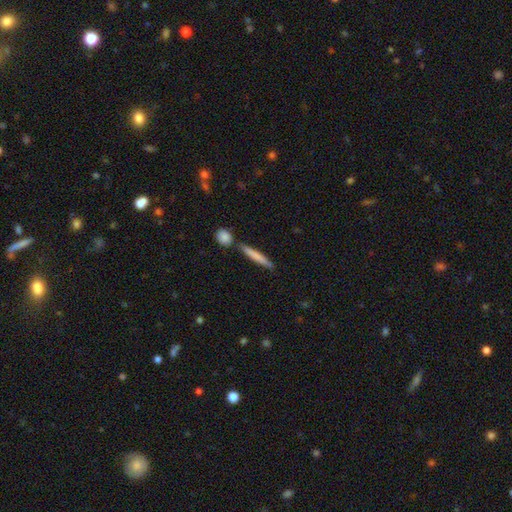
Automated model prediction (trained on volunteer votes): The model was most divided on "smooth or featured": smooth: 71%, featured or disk: 23%, star or artifact: 5%. More confident: how rounded — cigar-shaped (94%); merging — none (78%).